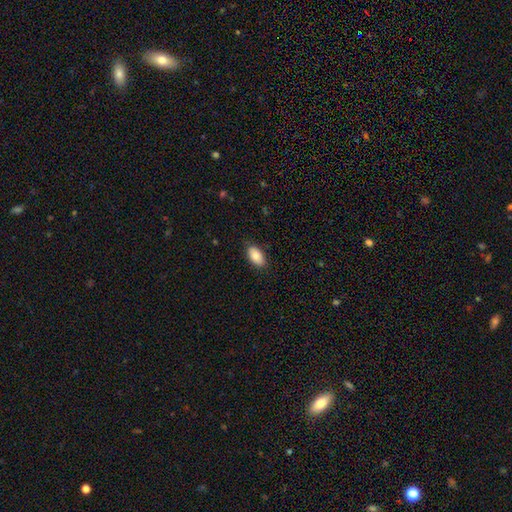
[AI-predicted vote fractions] A smooth galaxy with no disk features (86%) that is in between round and cigar-shaped (94%).

Vote fractions:
- Smooth or featured? smooth: 86% / featured or disk: 7% / star or artifact: 7%
- How rounded? in between: 94% / round: 4% / cigar-shaped: 2%
- Merging? none: 86% / minor disturbance: 11% / major disturbance: 2% / merger: 1%